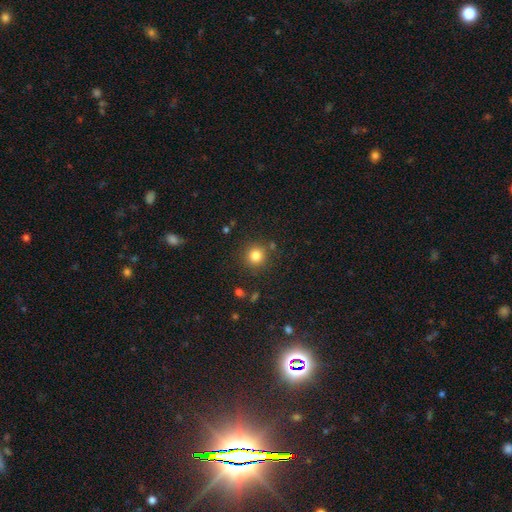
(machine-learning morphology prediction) Q: Smooth or featured?
A: smooth (81%); runner-up: star or artifact (13%)
Q: How rounded?
A: round (93%); runner-up: in between (6%)
Q: Merging?
A: none (86%); runner-up: minor disturbance (7%)